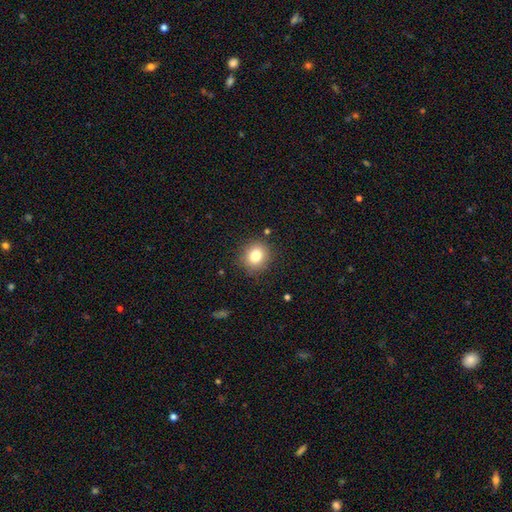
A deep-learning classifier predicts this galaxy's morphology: A smooth galaxy with no disk features (81%) that is round (82%). Merging: none (86%).